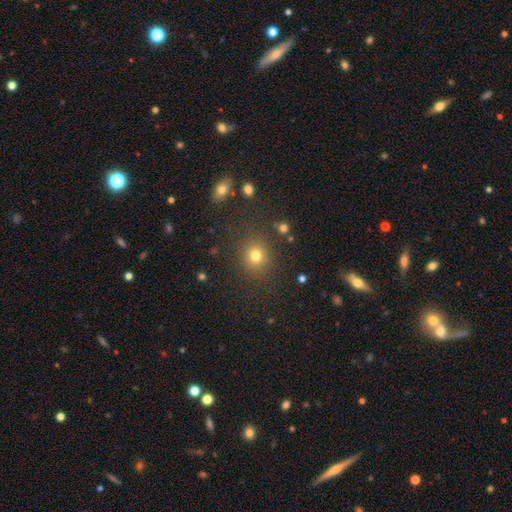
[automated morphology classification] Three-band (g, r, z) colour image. It shows a smooth galaxy with no disk features (77%) that is round (82%). Merging: none (84%).